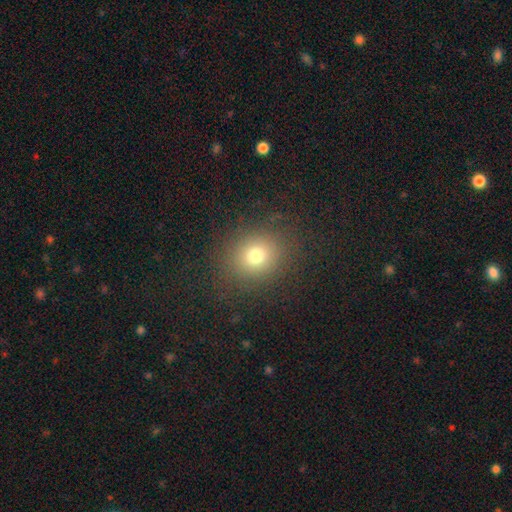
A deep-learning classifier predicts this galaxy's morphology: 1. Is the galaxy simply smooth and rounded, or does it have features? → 74% smooth, 16% star or artifact, 10% featured or disk.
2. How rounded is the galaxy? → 69% round, 30% in between, 1% cigar-shaped.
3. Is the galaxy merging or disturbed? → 85% none, 9% minor disturbance, 5% major disturbance, 1% merger.